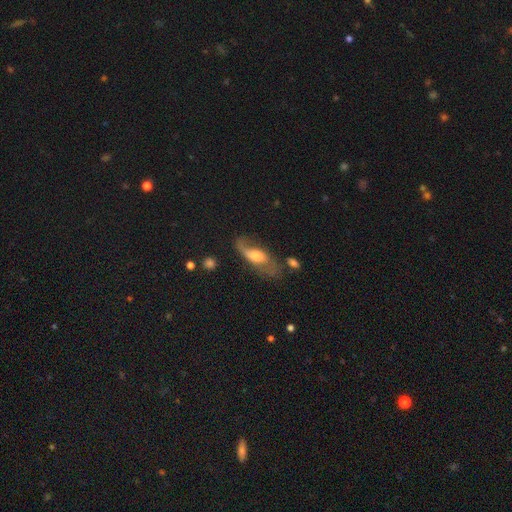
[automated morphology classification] Smooth or featured? featured or disk (61%)
Edge-on disk? no (85%)
Bar? no (55%)
Spiral arms? yes (82%)
Bulge size? moderate (50%)
Merging? none (42%)